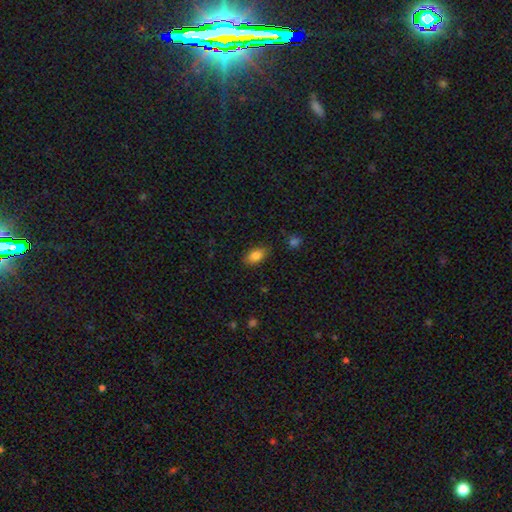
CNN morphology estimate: Overall: smooth (84%). How rounded: in between (89%). Merging: none (83%).